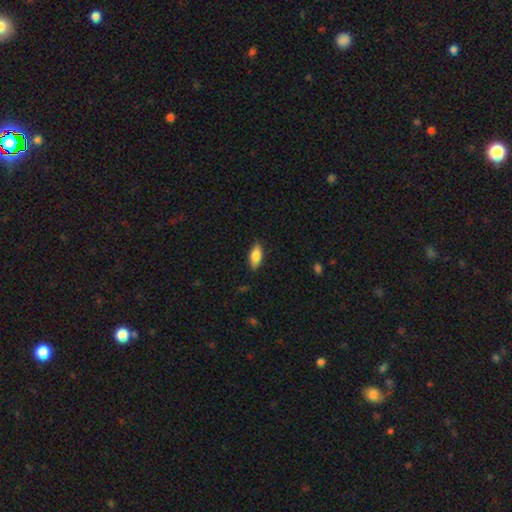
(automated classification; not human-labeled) Smooth or featured?
  - smooth: 83% *
  - featured or disk: 11%
  - star or artifact: 6%
How rounded?
  - in between: 85% *
  - cigar-shaped: 12%
  - round: 2%
Merging?
  - none: 87% *
  - minor disturbance: 10%
  - major disturbance: 2%
  - merger: 1%